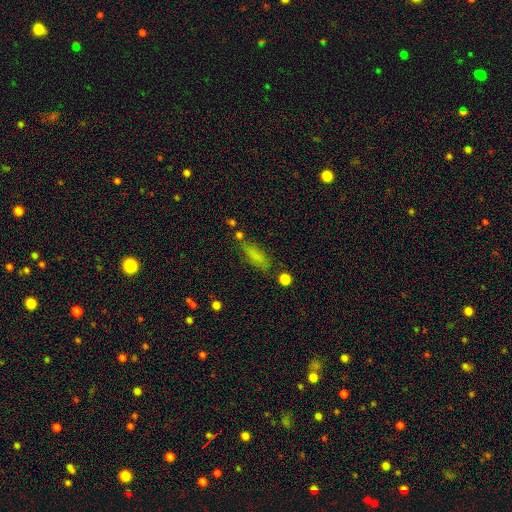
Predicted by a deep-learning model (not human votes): Smooth or featured? Predicted: smooth (p=0.74). How rounded? Predicted: cigar-shaped (p=0.49). Merging? Predicted: none (p=0.67).